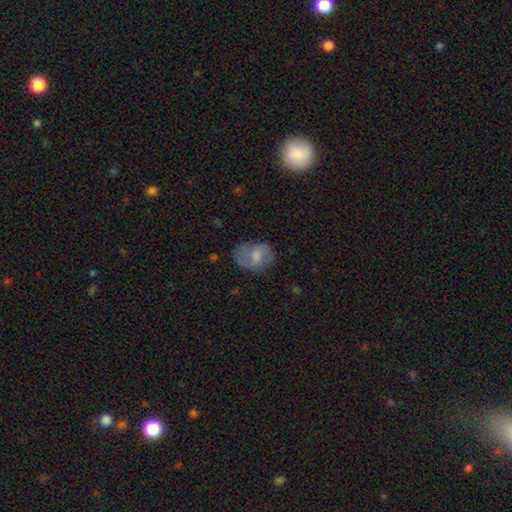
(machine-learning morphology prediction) A smooth galaxy with no disk features (51%) that is in between round and cigar-shaped (64%).

Vote fractions:
- Smooth or featured? smooth: 51% / featured or disk: 42% / star or artifact: 8%
- How rounded? in between: 64% / round: 35% / cigar-shaped: 1%
- Merging? none: 62% / minor disturbance: 24% / major disturbance: 12% / merger: 2%